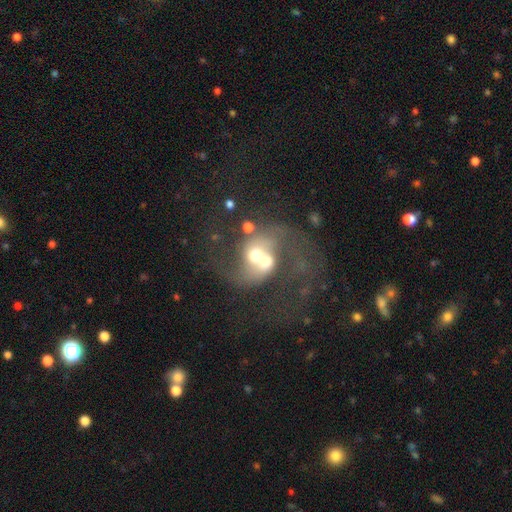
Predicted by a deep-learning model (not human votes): A featured or disk galaxy (65%) with no bar (69%), spiral arms (76%) and a moderate central bulge (56%).

Vote fractions:
- Smooth or featured? featured or disk: 65% / smooth: 24% / star or artifact: 10%
- Edge-on disk? no: 97% / yes: 3%
- Bar? no: 69% / weak: 23% / strong: 8%
- Spiral arms? yes: 76% / no: 24%
- Bulge size? moderate: 56% / large: 19% / small: 15% / dominant: 7% / none: 3%
- Merging? merger: 64% / none: 15% / major disturbance: 14% / minor disturbance: 6%